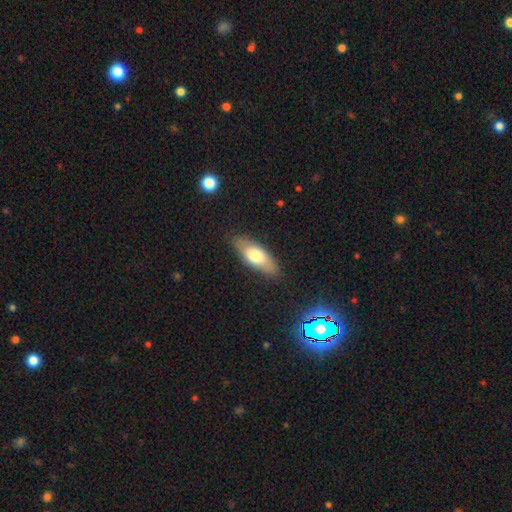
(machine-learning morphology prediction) Q: Smooth or featured?
A: smooth (68%); runner-up: featured or disk (26%)
Q: How rounded?
A: in between (73%); runner-up: cigar-shaped (24%)
Q: Merging?
A: none (84%); runner-up: minor disturbance (12%)